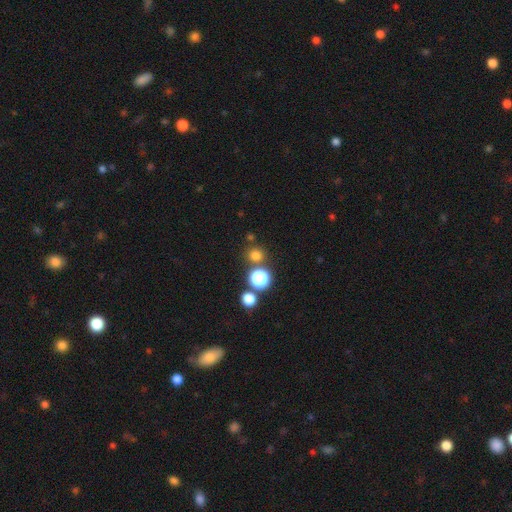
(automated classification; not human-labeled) smooth 72%, star or artifact 22%, featured or disk 6%. Down the decision tree: how rounded — round (90%); merging — none (79%).